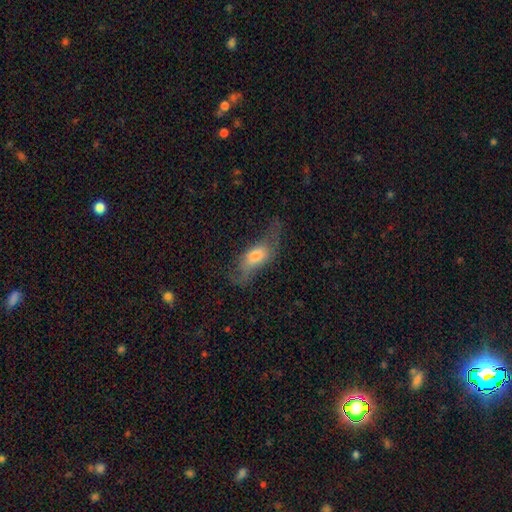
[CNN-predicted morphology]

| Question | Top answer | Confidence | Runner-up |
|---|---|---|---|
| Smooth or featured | smooth | 54% | featured or disk (37%) |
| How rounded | in between | 73% | cigar-shaped (22%) |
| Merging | none | 39% | major disturbance (31%) |